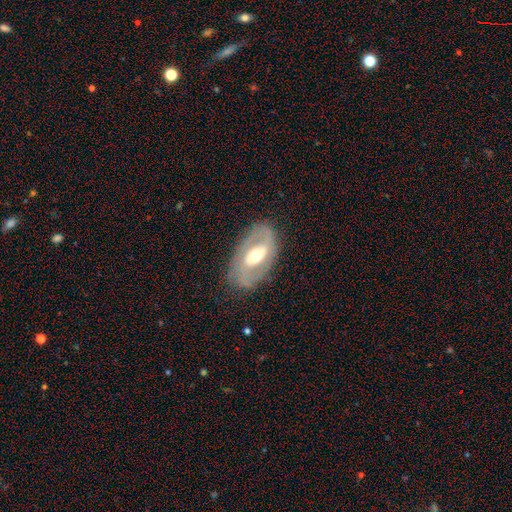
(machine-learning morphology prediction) Smooth or featured?
  - featured or disk: 73% *
  - smooth: 21%
  - star or artifact: 6%
Edge-on disk?
  - no: 92% *
  - yes: 8%
Bar?
  - weak: 39% *
  - no: 35%
  - strong: 25%
Spiral arms?
  - yes: 70% *
  - no: 30%
Bulge size?
  - moderate: 70% *
  - small: 17%
  - large: 11%
  - dominant: 1%
  - none: 1%
Merging?
  - none: 75% *
  - minor disturbance: 17%
  - major disturbance: 7%
  - merger: 1%